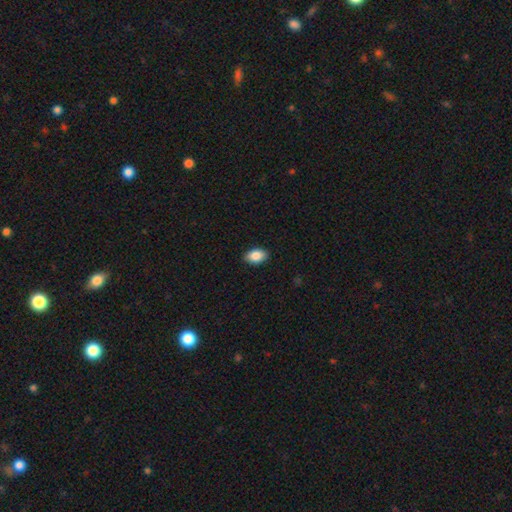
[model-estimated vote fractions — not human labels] This is clearly a smooth galaxy (87%). How rounded: clearly in between (89%). Merging: clearly none (88%).